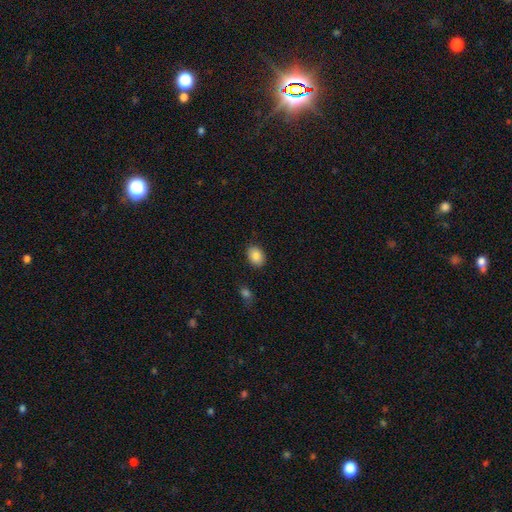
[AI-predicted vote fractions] smooth_or_featured: smooth (p=0.87) [alt: star or artifact p=0.08]
how_rounded: in between (p=0.73) [alt: round p=0.26]
merging: none (p=0.87) [alt: minor disturbance p=0.09]